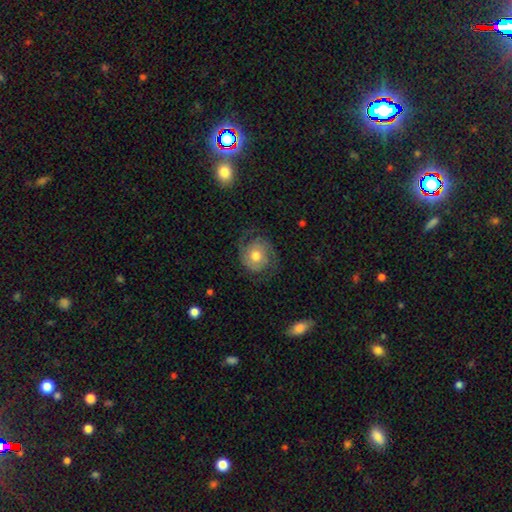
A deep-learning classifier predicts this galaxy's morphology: smooth-or-featured: featured or disk: 73% | smooth: 20% | star or artifact: 7%
  disk-edge-on: no: 98% | yes: 2%
    bar: no: 78% | weak: 18% | strong: 3%
    has-spiral-arms: yes: 93% | no: 7%
      spiral-winding: medium: 41% | tight: 39% | loose: 20%
      spiral-arm-count: 2: 83% | can't tell: 7% | 3: 4% | 1: 3% | 4: 2% | more than 4: 2%
    bulge-size: moderate: 72% | small: 15% | large: 10% | dominant: 1% | none: 1%
  merging: none: 72% | minor disturbance: 16% | major disturbance: 11% | merger: 1%